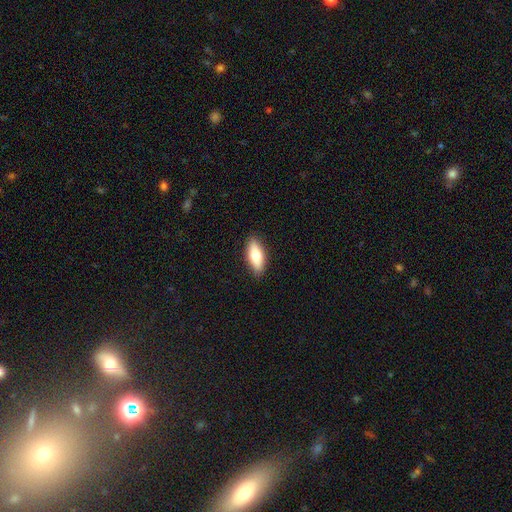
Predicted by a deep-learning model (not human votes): Smooth or featured?
  - smooth: 73% *
  - featured or disk: 20%
  - star or artifact: 6%
How rounded?
  - in between: 76% *
  - cigar-shaped: 21%
  - round: 3%
Merging?
  - none: 89% *
  - minor disturbance: 8%
  - major disturbance: 2%
  - merger: 1%